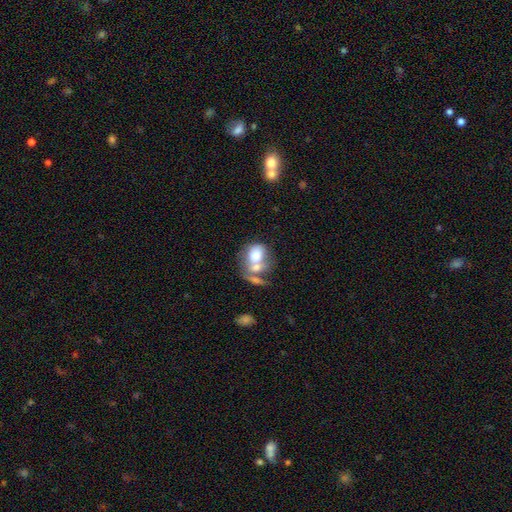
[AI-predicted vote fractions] smooth-or-featured: smooth: 68% | featured or disk: 24% | star or artifact: 8%
  how-rounded: in between: 66% | round: 33% | cigar-shaped: 2%
  merging: merger: 56% | none: 22% | minor disturbance: 11% | major disturbance: 10%